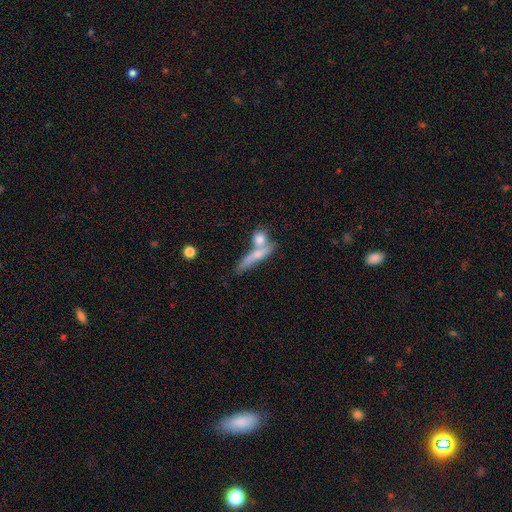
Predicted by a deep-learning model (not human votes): Smooth or featured? Predicted: smooth (p=0.58). How rounded? Predicted: cigar-shaped (p=0.66). Merging? Predicted: merger (p=0.43).